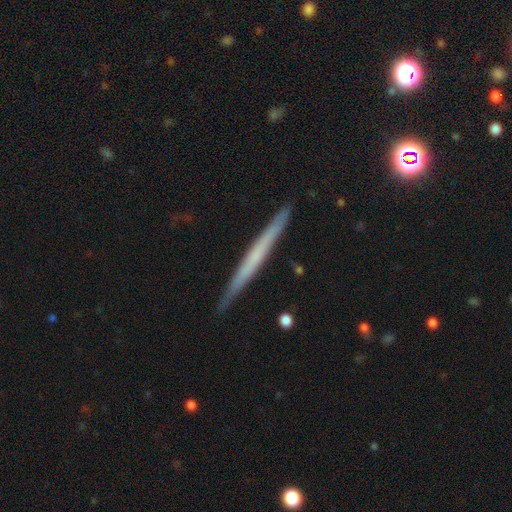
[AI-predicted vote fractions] Smooth or featured? featured or disk (54%)
Edge-on disk? yes (97%)
Edge-on bulge? none (87%)
Merging? none (90%)